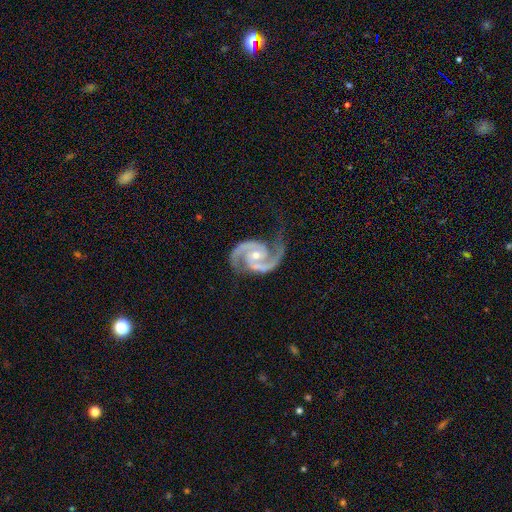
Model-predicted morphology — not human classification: Overall: featured or disk (95%). Edge-on disk: no (98%). Bar: no (52%; weak 34%). Spiral arms: yes (99%). Spiral arm count: 2 (94%). Spiral winding: medium (61%; tight 28%). Bulge size: moderate (56%; small 40%). Merging: none (74%).